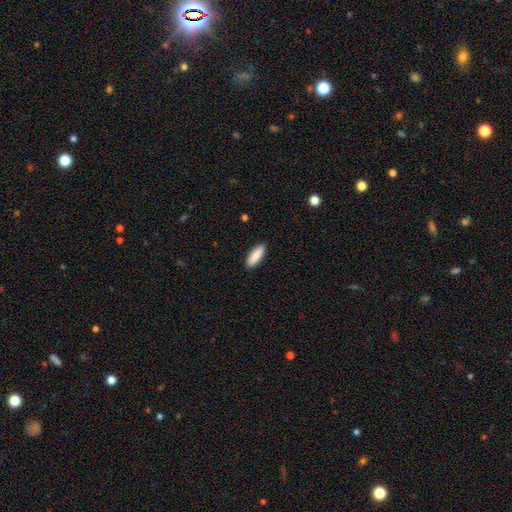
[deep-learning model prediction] This is clearly a smooth galaxy (89%). How rounded: possibly in between (57%). Merging: clearly none (90%).